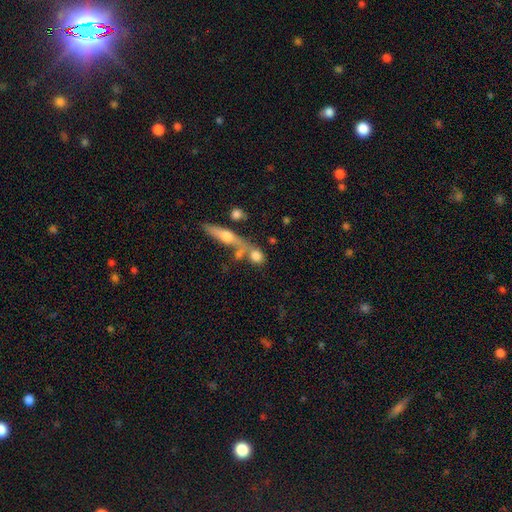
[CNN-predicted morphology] The model was most divided on "merging": none: 49%, merger: 33%, minor disturbance: 12%, major disturbance: 6%. More confident: smooth or featured — smooth (73%); how rounded — round (53%).